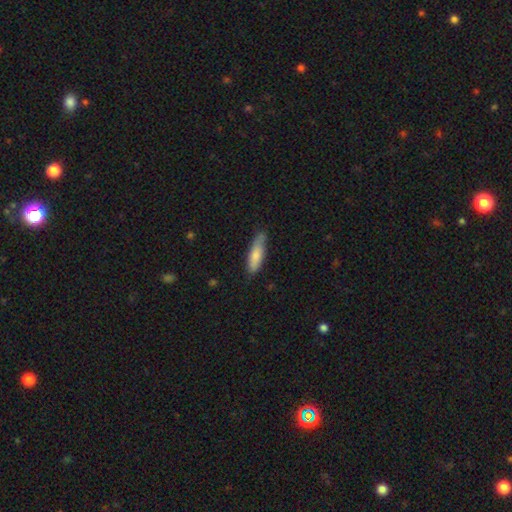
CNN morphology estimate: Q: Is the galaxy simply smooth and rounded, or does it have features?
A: smooth — 79%.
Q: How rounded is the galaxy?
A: cigar-shaped — 57%.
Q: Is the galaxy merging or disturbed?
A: none — 69%.